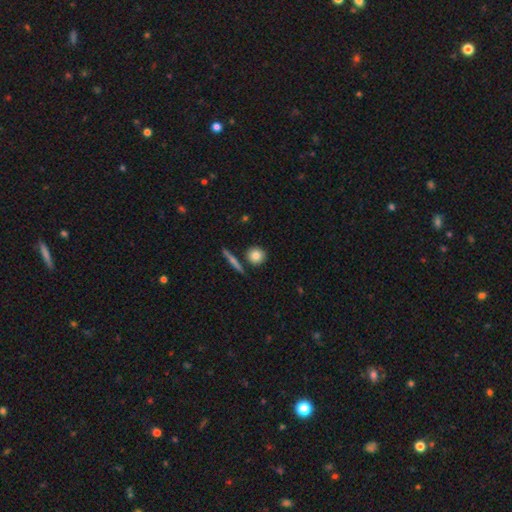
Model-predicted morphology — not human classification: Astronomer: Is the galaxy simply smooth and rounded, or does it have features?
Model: smooth — 82%.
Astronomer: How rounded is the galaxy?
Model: round — 88%.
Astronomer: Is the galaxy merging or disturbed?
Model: none — 82%.